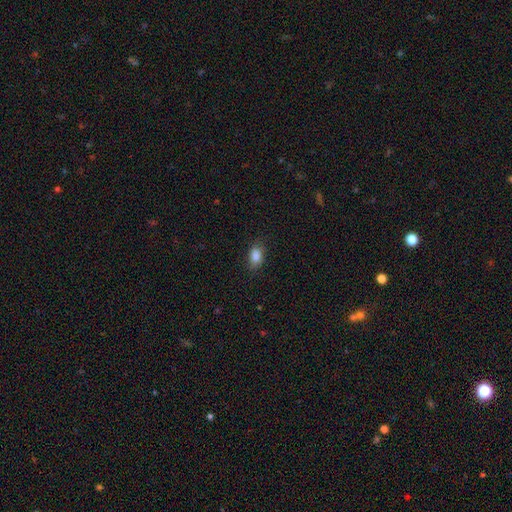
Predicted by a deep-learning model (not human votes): This appears to be a smooth galaxy with no disk features (86%) that is in between round and cigar-shaped (86%). Merging: none (80%).